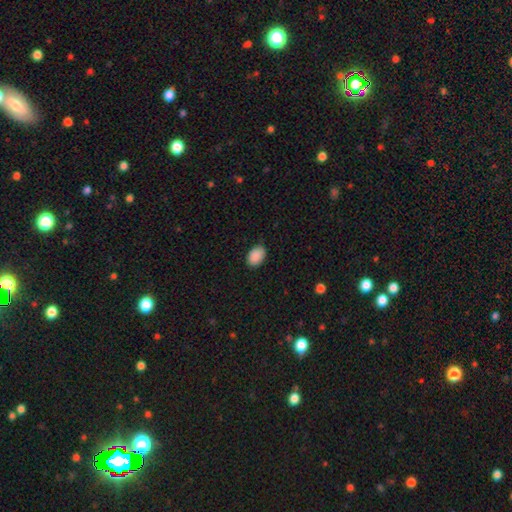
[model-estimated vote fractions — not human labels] A smooth galaxy with no disk features (90%) that is in between round and cigar-shaped (83%). Merging: none (82%).